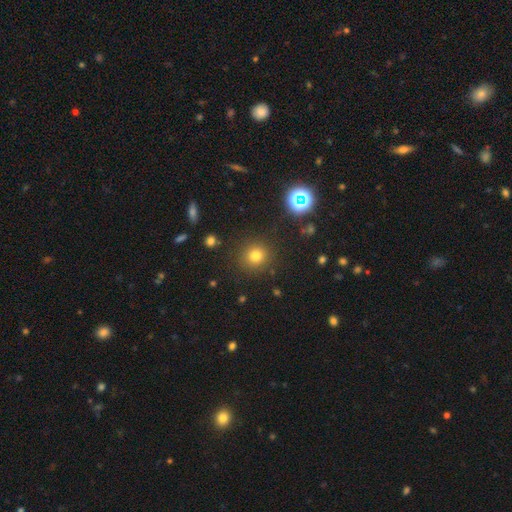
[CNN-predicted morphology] A smooth galaxy with no disk features (76%) that is round (92%).

Vote fractions:
- Smooth or featured? smooth: 76% / star or artifact: 17% / featured or disk: 7%
- How rounded? round: 92% / in between: 7% / cigar-shaped: 1%
- Merging? none: 88% / minor disturbance: 7% / major disturbance: 3% / merger: 2%